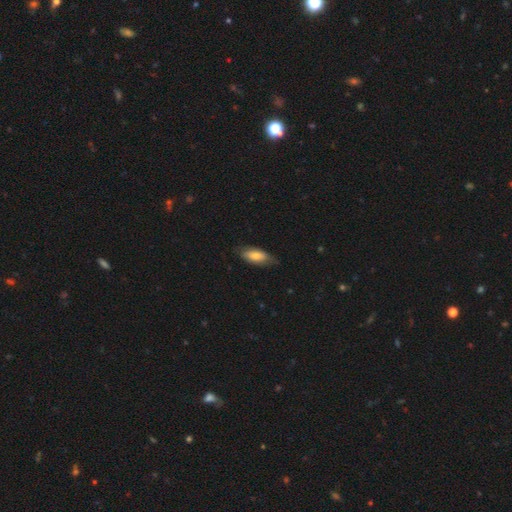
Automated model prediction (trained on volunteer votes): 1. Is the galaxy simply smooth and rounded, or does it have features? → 72% smooth, 21% featured or disk, 6% star or artifact.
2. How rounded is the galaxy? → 82% in between, 16% cigar-shaped, 2% round.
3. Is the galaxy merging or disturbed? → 69% none, 24% minor disturbance, 5% major disturbance, 1% merger.